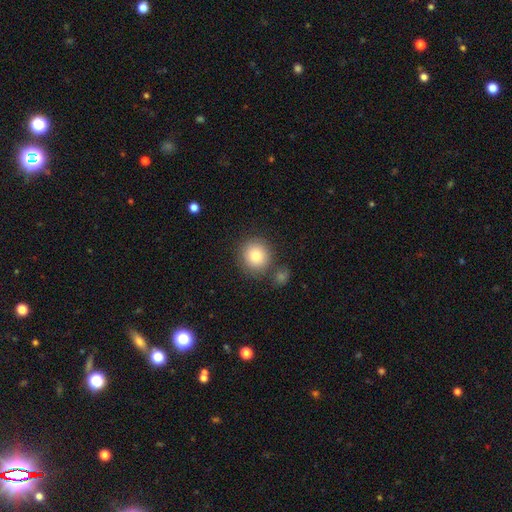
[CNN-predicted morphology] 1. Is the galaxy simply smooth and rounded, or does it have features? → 82% smooth, 9% star or artifact, 9% featured or disk.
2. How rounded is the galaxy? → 90% round, 9% in between, 1% cigar-shaped.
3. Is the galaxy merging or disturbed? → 75% none, 12% merger, 10% minor disturbance, 3% major disturbance.